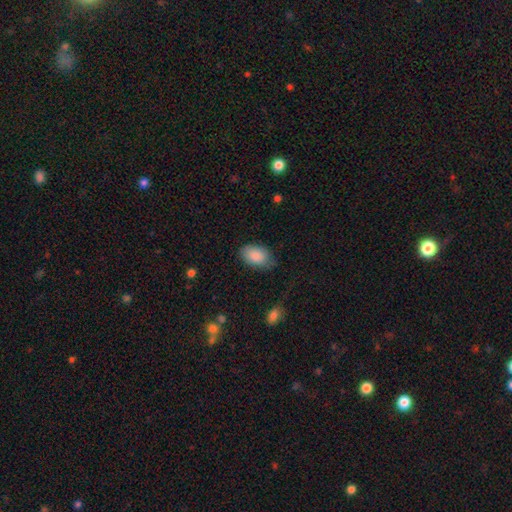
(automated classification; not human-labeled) Smooth or featured? Predicted: smooth (p=0.88). How rounded? Predicted: in between (p=0.91). Merging? Predicted: none (p=0.71).